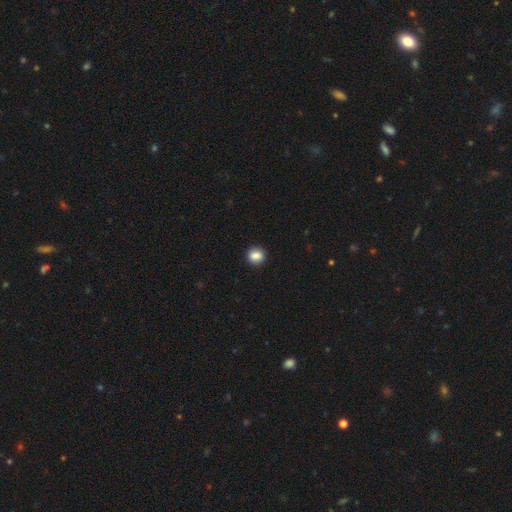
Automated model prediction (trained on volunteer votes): Smooth or featured? smooth (87%)
How rounded? round (80%)
Merging? none (91%)